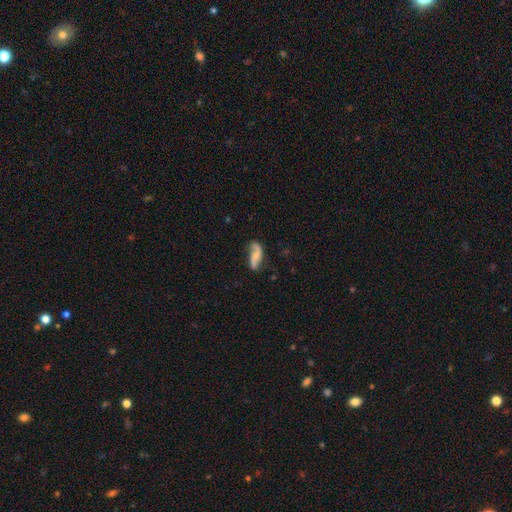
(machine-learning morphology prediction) This appears to be a featured or disk galaxy (63%) with no bar (53%), 2 (86%) loose (72%) spiral arms (91%) and a small central bulge (45%). Merging: none (61%).